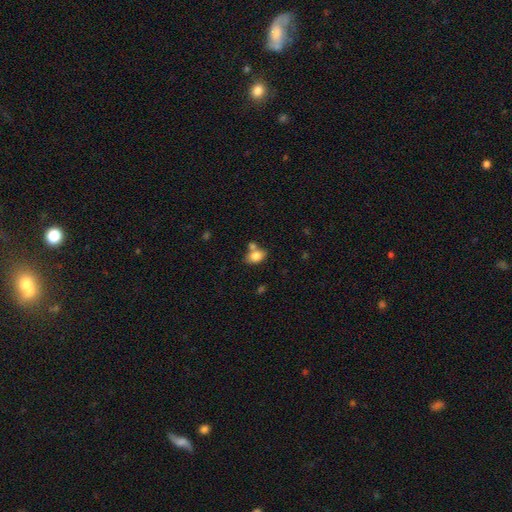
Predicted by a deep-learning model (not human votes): This appears to be a smooth galaxy with no disk features (80%) that is in between round and cigar-shaped (80%). Merging: none (53%).